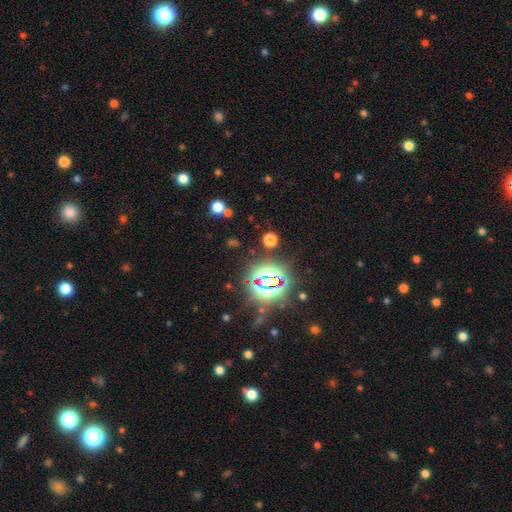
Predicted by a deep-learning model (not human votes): The model was most divided on "smooth or featured": star or artifact: 80%, smooth: 13%, featured or disk: 7%.